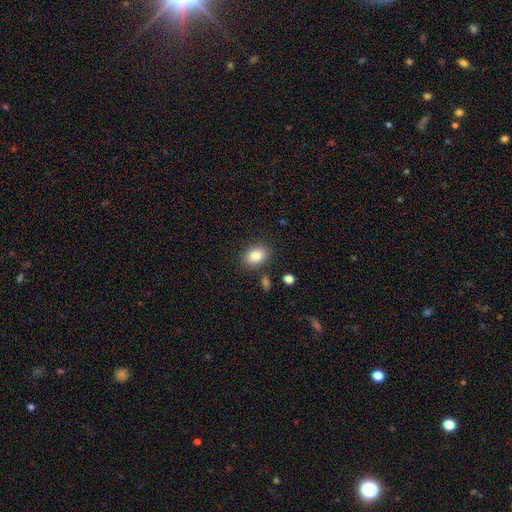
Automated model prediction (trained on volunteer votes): This is clearly a smooth galaxy (84%). How rounded: likely in between (70%). Merging: clearly none (83%).